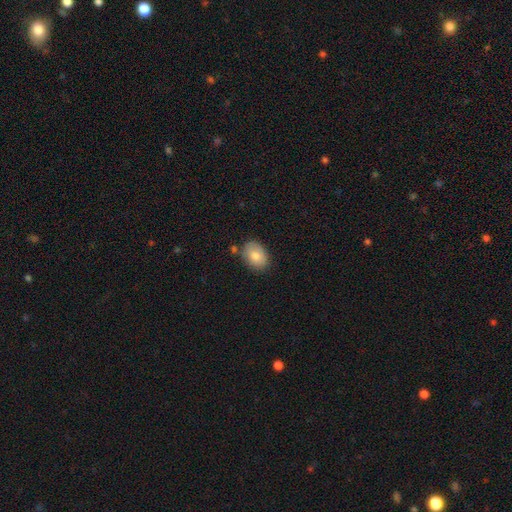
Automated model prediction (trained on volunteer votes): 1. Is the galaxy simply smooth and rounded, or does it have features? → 79% smooth, 14% featured or disk, 7% star or artifact.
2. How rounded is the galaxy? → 79% in between, 20% round, 1% cigar-shaped.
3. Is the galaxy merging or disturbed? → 73% none, 18% minor disturbance, 5% merger, 4% major disturbance.